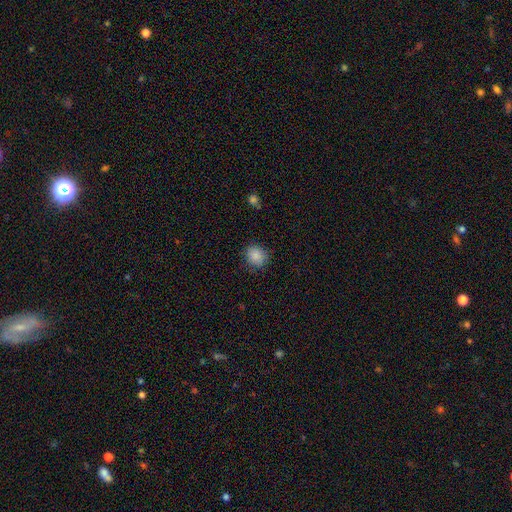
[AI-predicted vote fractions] The model was most divided on "how rounded": round: 68%, in between: 31%, cigar-shaped: 1%. More confident: smooth or featured — smooth (86%); merging — none (82%).